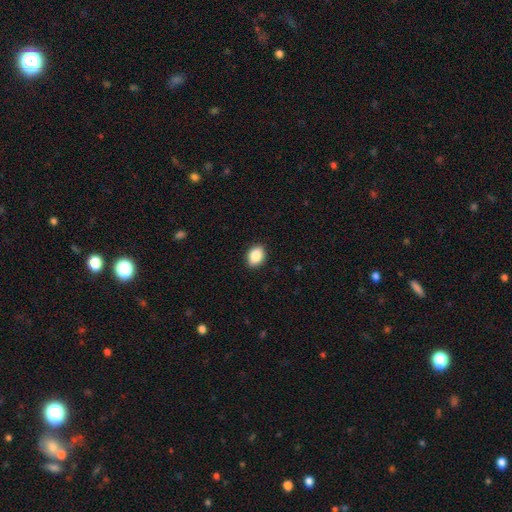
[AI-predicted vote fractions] smooth 87%, star or artifact 8%, featured or disk 5%. Down the decision tree: how rounded — in between (69%); merging — none (90%).